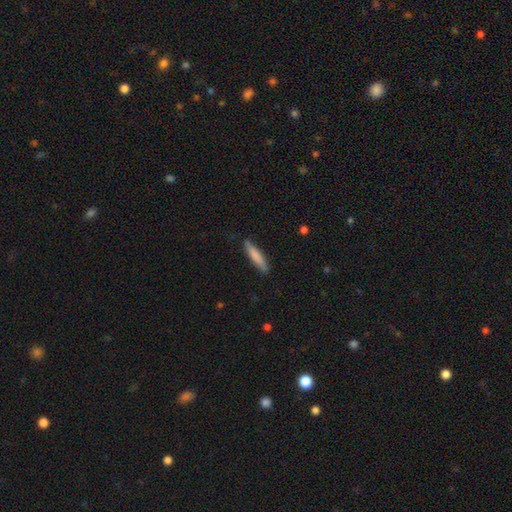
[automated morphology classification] smooth-or-featured: smooth: 80% | featured or disk: 15% | star or artifact: 5%
  how-rounded: cigar-shaped: 86% | in between: 12% | round: 1%
  merging: none: 84% | minor disturbance: 13% | major disturbance: 2% | merger: 1%